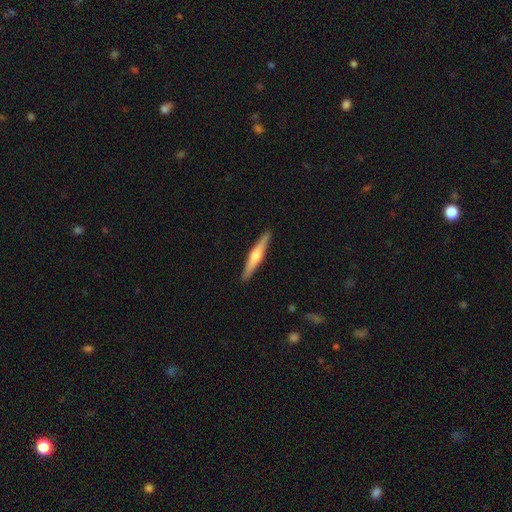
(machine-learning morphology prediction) Smooth or featured: featured or disk — 60% (smooth — 35%)
Edge-on disk: yes — 97% (no — 3%)
Edge-on bulge: rounded — 88% (none — 7%)
Merging: none — 92% (minor disturbance — 6%)